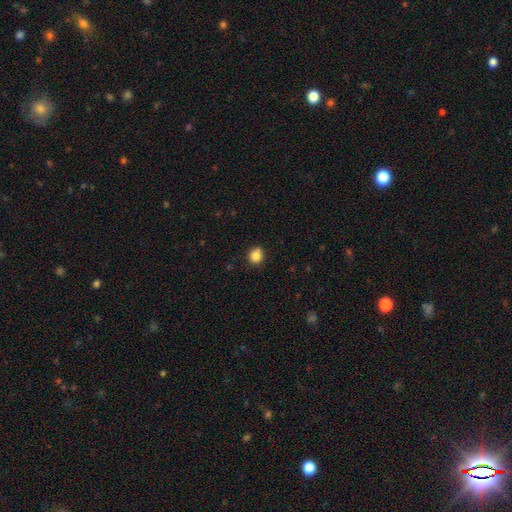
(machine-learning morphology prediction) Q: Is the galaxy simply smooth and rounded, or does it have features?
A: smooth — 85%.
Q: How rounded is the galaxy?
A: round — 74%.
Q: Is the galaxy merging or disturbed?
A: none — 82%.